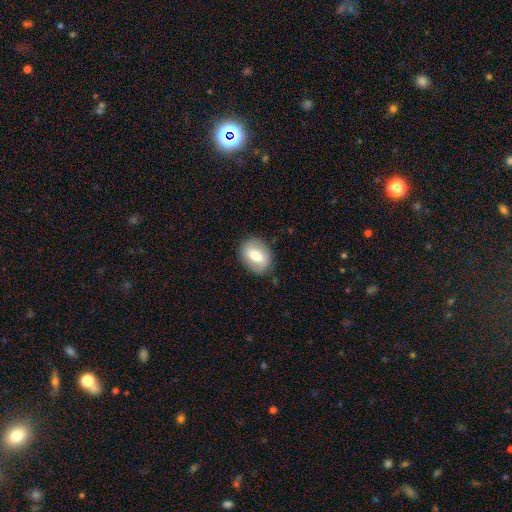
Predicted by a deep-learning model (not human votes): Smooth or featured?
  - smooth: 65% *
  - featured or disk: 28%
  - star or artifact: 7%
How rounded?
  - in between: 71% *
  - round: 28%
  - cigar-shaped: 1%
Merging?
  - none: 84% *
  - minor disturbance: 12%
  - major disturbance: 3%
  - merger: 1%